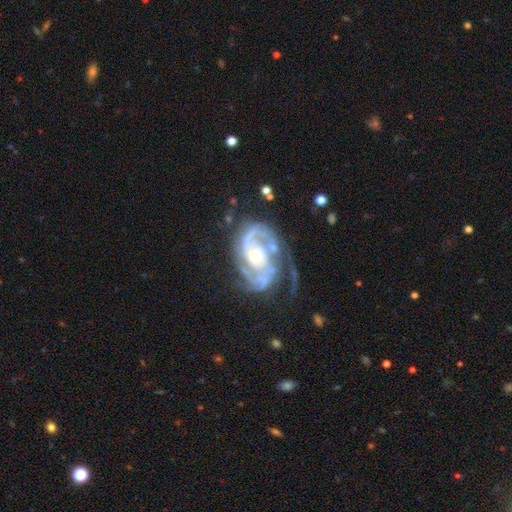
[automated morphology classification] Smooth or featured?
  - featured or disk: 92% *
  - star or artifact: 5%
  - smooth: 4%
Edge-on disk?
  - no: 97% *
  - yes: 3%
Bar?
  - no: 60% *
  - weak: 30%
  - strong: 10%
Spiral arms?
  - yes: 98% *
  - no: 2%
Spiral winding?
  - tight: 52% *
  - medium: 39%
  - loose: 9%
Spiral arm count?
  - 2: 62% *
  - 3: 14%
  - can't tell: 11%
  - 1: 5%
  - 4: 4%
  - more than 4: 4%
Bulge size?
  - moderate: 60% *
  - small: 28%
  - large: 9%
  - none: 2%
  - dominant: 1%
Merging?
  - none: 57% *
  - minor disturbance: 22%
  - major disturbance: 18%
  - merger: 3%